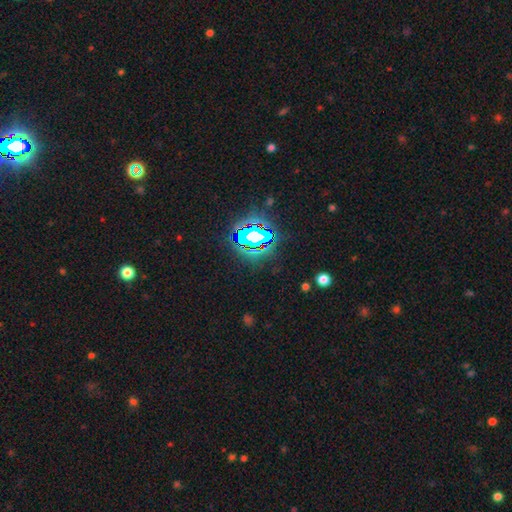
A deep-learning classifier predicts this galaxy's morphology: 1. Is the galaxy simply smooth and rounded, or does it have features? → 81% star or artifact, 11% smooth, 8% featured or disk.